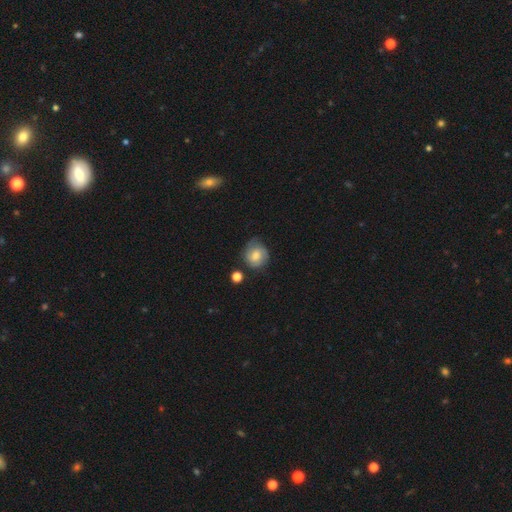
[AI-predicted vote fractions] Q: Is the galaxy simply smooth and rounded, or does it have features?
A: smooth — 52%.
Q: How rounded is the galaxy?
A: round — 75%.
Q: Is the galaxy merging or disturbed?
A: none — 65%.